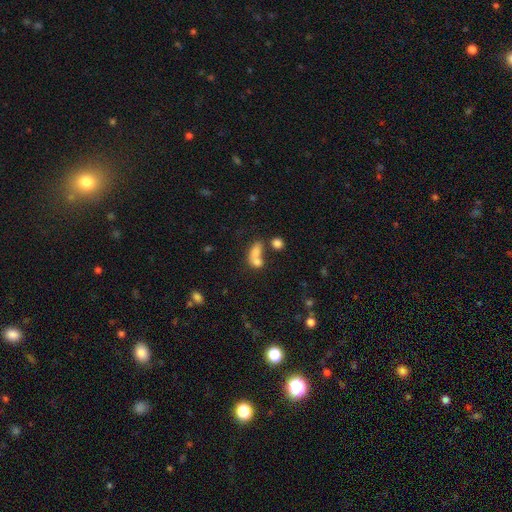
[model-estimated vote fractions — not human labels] smooth 72%, featured or disk 16%, star or artifact 12%. Down the decision tree: how rounded — in between (72%); merging — merger (59%).